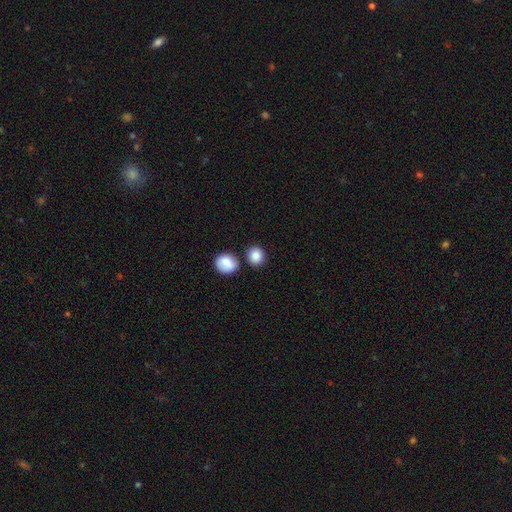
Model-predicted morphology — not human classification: Overall: smooth (87%). How rounded: round (83%). Merging: none (76%).